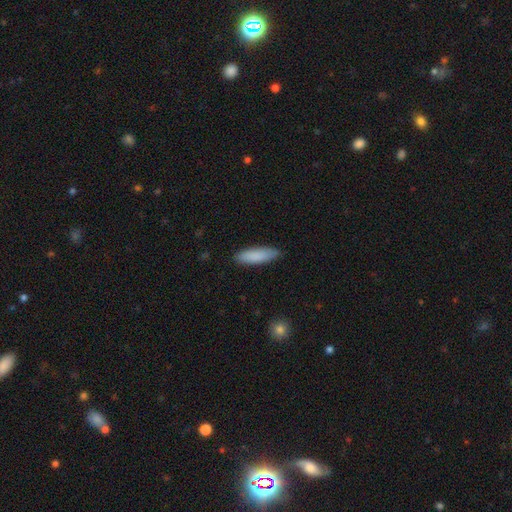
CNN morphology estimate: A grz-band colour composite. It shows a smooth galaxy with no disk features (87%) that is cigar-shaped (59%). Merging: none (87%).